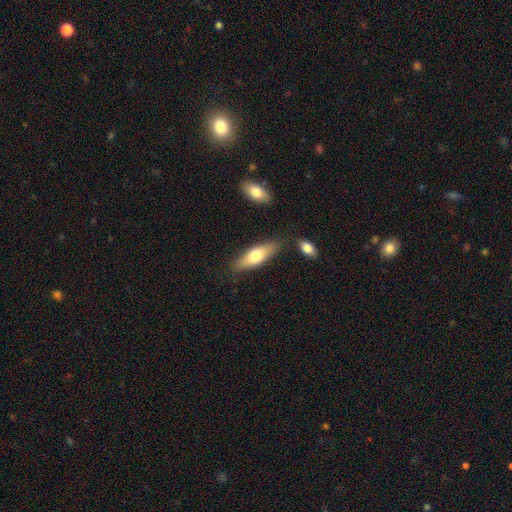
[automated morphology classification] smooth-or-featured: smooth: 68% | featured or disk: 27% | star or artifact: 5%
  how-rounded: in between: 54% | cigar-shaped: 44% | round: 2%
  merging: none: 79% | minor disturbance: 13% | merger: 5% | major disturbance: 3%